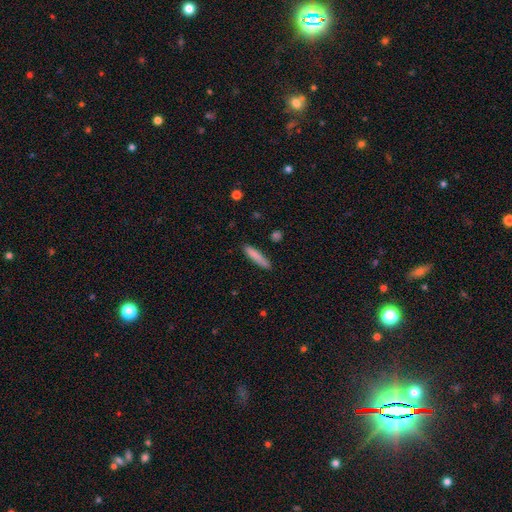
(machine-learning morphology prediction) Smooth or featured: smooth — 83% (featured or disk — 11%)
How rounded: cigar-shaped — 88% (in between — 11%)
Merging: none — 83% (minor disturbance — 12%)